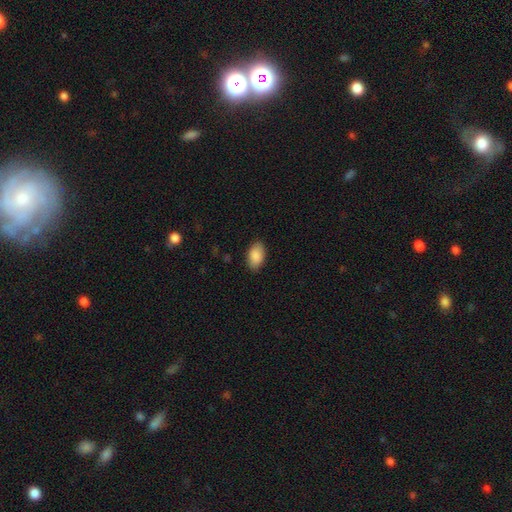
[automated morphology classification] Smooth or featured: smooth — 89% (star or artifact — 6%)
How rounded: in between — 93% (round — 5%)
Merging: none — 85% (minor disturbance — 11%)